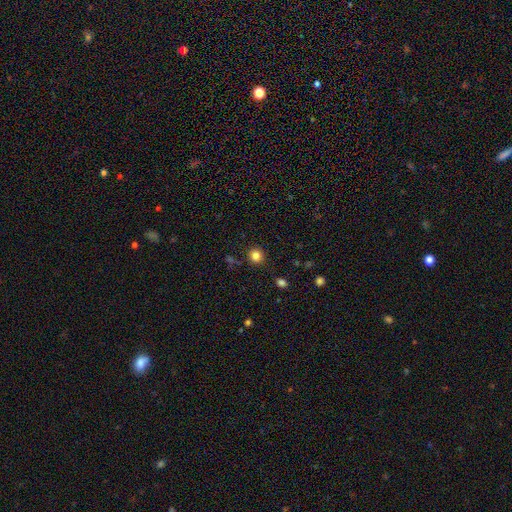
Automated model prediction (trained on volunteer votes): Smooth or featured? smooth (82%)
How rounded? round (89%)
Merging? none (89%)